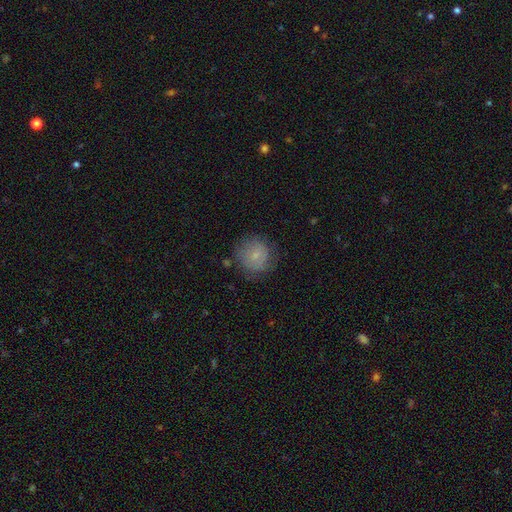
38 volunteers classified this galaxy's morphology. Q: Smooth or featured?
A: smooth (87%); runner-up: star or artifact (8%)
Q: How rounded?
A: round (91%); runner-up: in between (9%)
Q: Merging?
A: none (74%); runner-up: minor disturbance (17%)